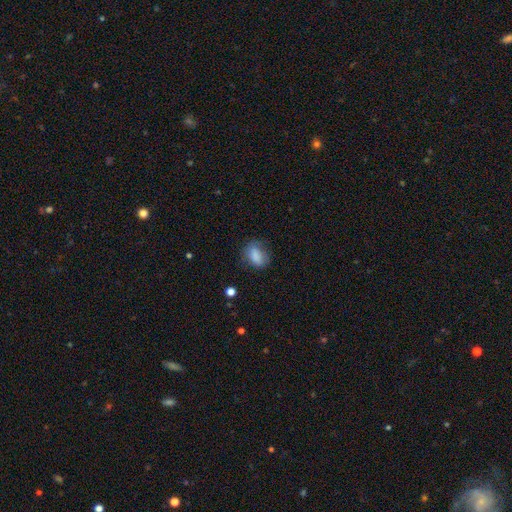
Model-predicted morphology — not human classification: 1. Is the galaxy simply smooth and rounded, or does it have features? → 83% smooth, 9% star or artifact, 8% featured or disk.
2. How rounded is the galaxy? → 80% in between, 18% round, 3% cigar-shaped.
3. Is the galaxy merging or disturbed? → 68% none, 23% minor disturbance, 8% major disturbance, 2% merger.